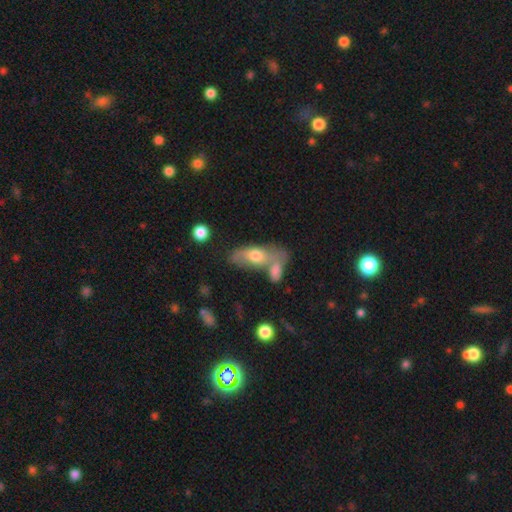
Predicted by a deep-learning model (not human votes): Smooth or featured? smooth (58%)
How rounded? in between (75%)
Merging? none (42%)